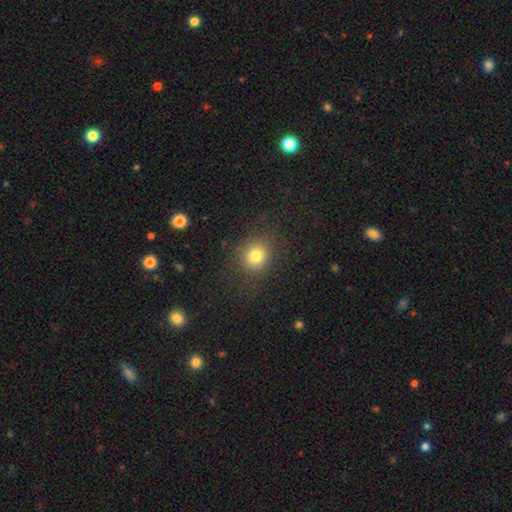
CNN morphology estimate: Smooth or featured: smooth — 79% (star or artifact — 14%)
How rounded: round — 81% (in between — 18%)
Merging: none — 85% (minor disturbance — 9%)